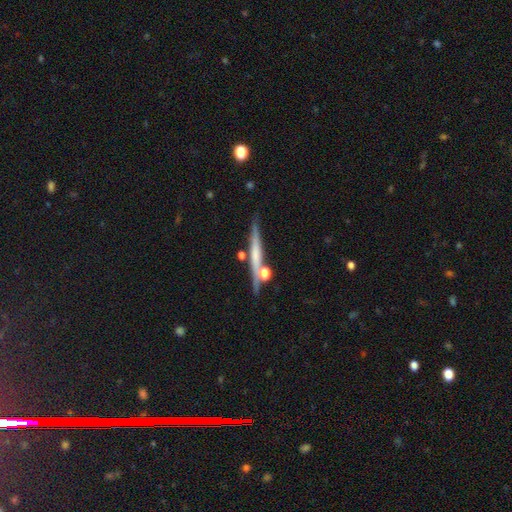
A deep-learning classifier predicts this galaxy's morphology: Smooth or featured? featured or disk (54%)
Edge-on disk? yes (94%)
Edge-on bulge? none (61%)
Merging? none (76%)